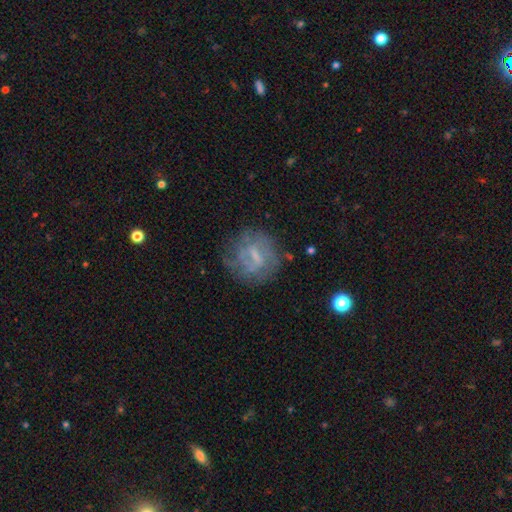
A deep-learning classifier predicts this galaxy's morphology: Q: Smooth or featured?
A: featured or disk (63%); runner-up: smooth (26%)
Q: Edge-on disk?
A: no (96%); runner-up: yes (4%)
Q: Bar?
A: weak (51%); runner-up: strong (25%)
Q: Spiral arms?
A: yes (56%); runner-up: no (44%)
Q: Bulge size?
A: small (38%); runner-up: none (36%)
Q: Merging?
A: none (65%); runner-up: minor disturbance (19%)